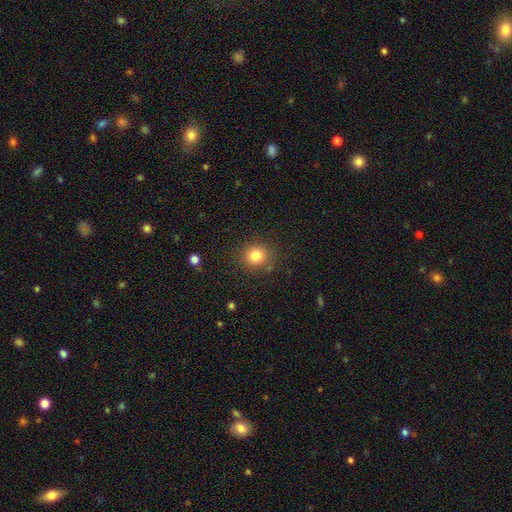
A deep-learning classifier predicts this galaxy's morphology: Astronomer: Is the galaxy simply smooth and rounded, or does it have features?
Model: smooth — 82%.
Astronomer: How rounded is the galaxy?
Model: round — 84%.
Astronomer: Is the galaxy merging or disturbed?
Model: none — 86%.